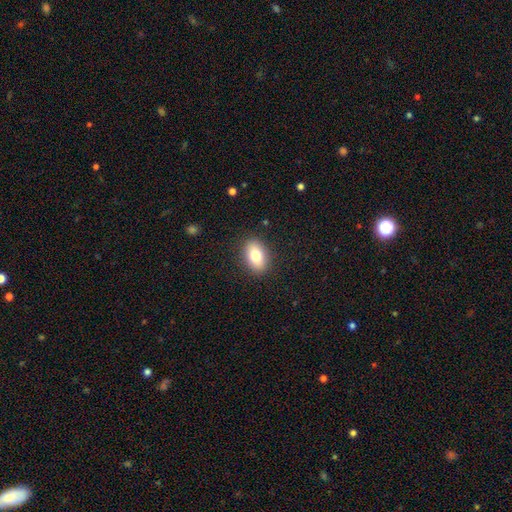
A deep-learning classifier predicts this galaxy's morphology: Smooth or featured? smooth (79%)
How rounded? in between (88%)
Merging? none (88%)